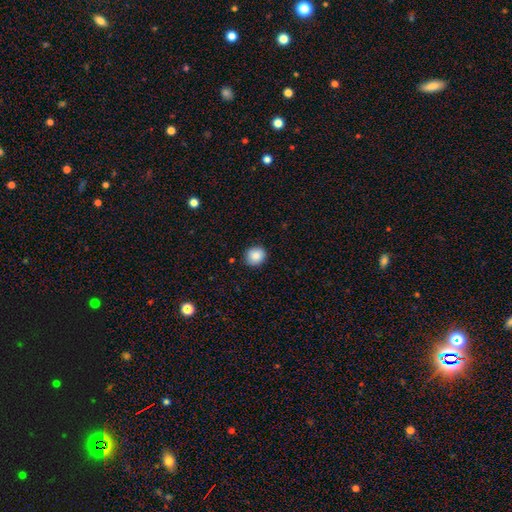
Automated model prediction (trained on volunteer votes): smooth_or_featured: smooth (p=0.87) [alt: star or artifact p=0.09]
how_rounded: round (p=0.81) [alt: in between p=0.18]
merging: none (p=0.88) [alt: minor disturbance p=0.09]